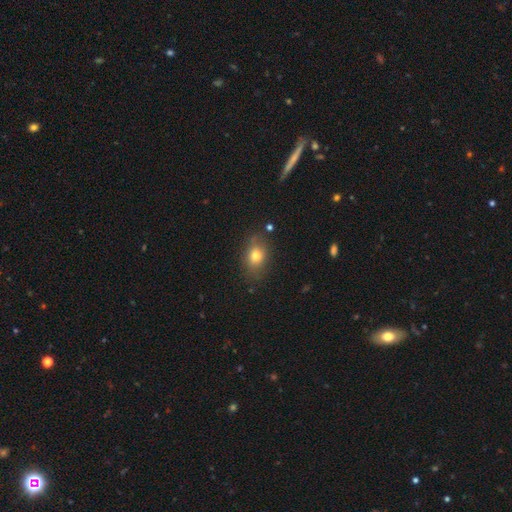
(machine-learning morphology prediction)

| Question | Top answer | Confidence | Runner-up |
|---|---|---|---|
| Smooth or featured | smooth | 76% | featured or disk (13%) |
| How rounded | in between | 69% | round (29%) |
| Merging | none | 75% | minor disturbance (17%) |